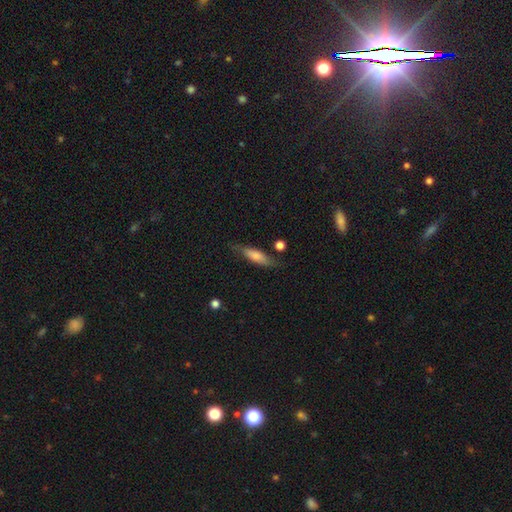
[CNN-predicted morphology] smooth_or_featured: smooth (p=0.68) [alt: featured or disk p=0.25]
how_rounded: cigar-shaped (p=0.60) [alt: in between p=0.38]
merging: none (p=0.72) [alt: minor disturbance p=0.18]